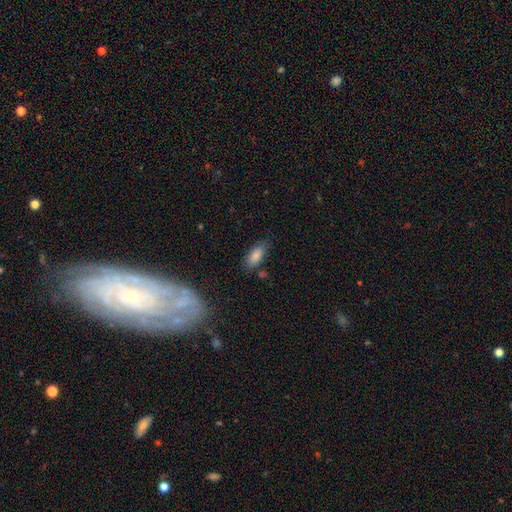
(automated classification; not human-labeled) Q: Smooth or featured?
A: smooth (84%); runner-up: featured or disk (9%)
Q: How rounded?
A: in between (85%); runner-up: cigar-shaped (13%)
Q: Merging?
A: none (72%); runner-up: minor disturbance (19%)